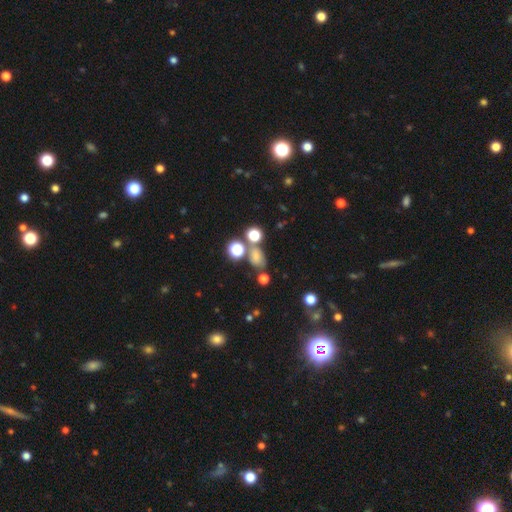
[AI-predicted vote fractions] This is likely a smooth galaxy (64%). How rounded: likely in between (66%). Merging: possibly none (57%).